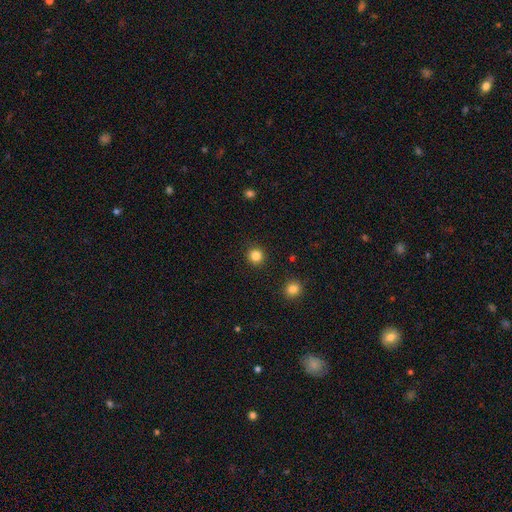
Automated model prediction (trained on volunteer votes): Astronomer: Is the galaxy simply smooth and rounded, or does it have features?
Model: smooth — 84%.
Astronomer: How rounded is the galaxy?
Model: round — 95%.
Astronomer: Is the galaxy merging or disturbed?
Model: none — 92%.